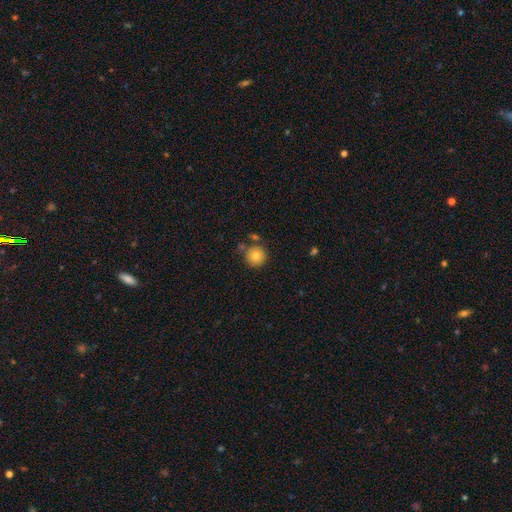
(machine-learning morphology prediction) Smooth or featured? smooth (79%)
How rounded? round (95%)
Merging? none (77%)